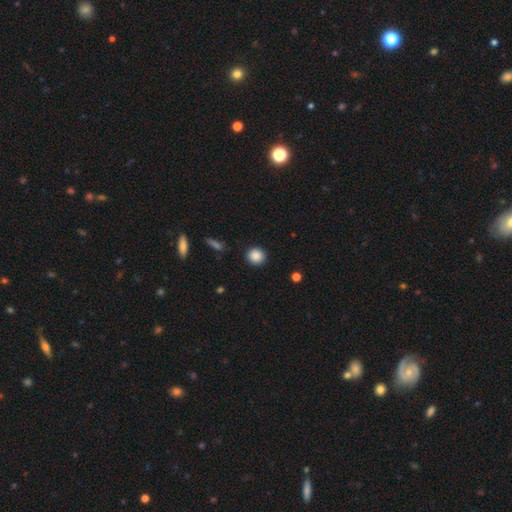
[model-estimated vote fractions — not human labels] Smooth or featured? Predicted: smooth (p=0.87). How rounded? Predicted: round (p=0.90). Merging? Predicted: none (p=0.91).